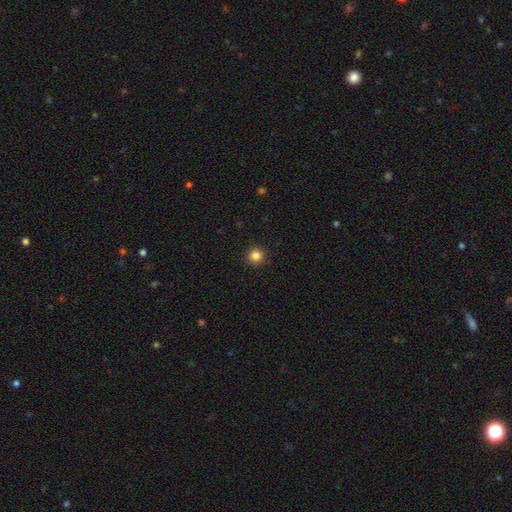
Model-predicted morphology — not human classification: A smooth galaxy with no disk features (84%) that is round (95%). Merging: none (93%).